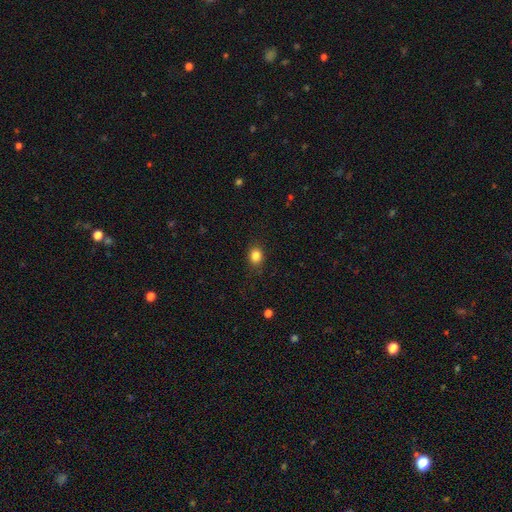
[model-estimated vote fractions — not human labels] The model was most divided on "how rounded": round: 66%, in between: 33%, cigar-shaped: 1%. More confident: merging — none (86%); smooth or featured — smooth (84%).